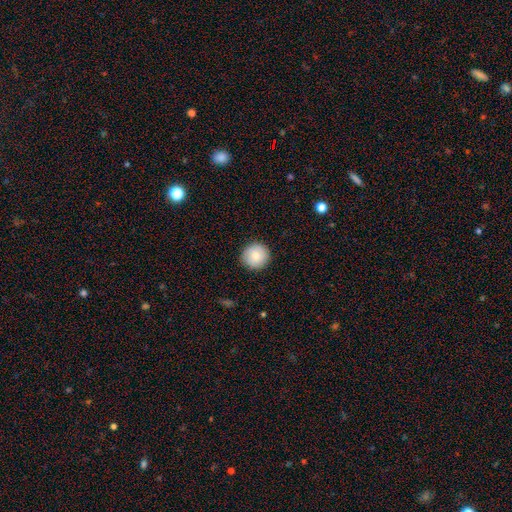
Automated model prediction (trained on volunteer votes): Smooth or featured? Predicted: smooth (p=0.81). How rounded? Predicted: round (p=0.95). Merging? Predicted: none (p=0.91).